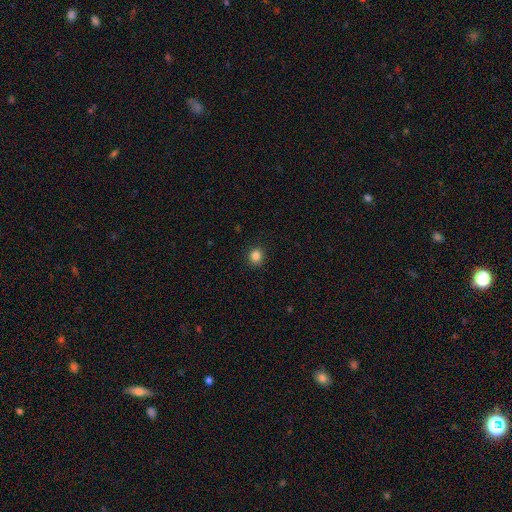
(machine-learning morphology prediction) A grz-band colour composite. It shows a smooth galaxy with no disk features (85%) that is round (84%). Merging: none (91%).